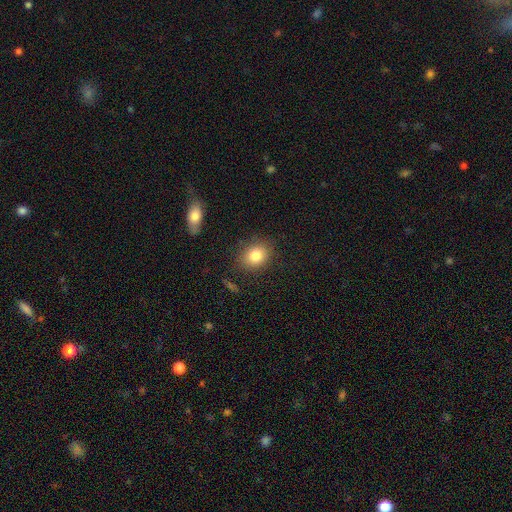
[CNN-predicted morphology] Smooth or featured: smooth — 82% (star or artifact — 10%)
How rounded: in between — 50% (round — 49%)
Merging: none — 84% (minor disturbance — 11%)